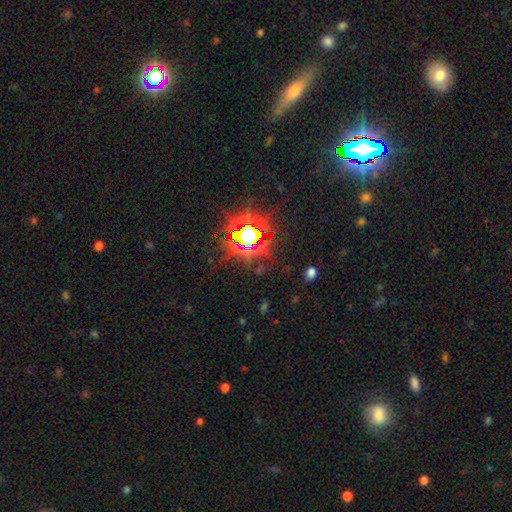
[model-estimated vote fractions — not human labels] Overall: star or artifact (81%).